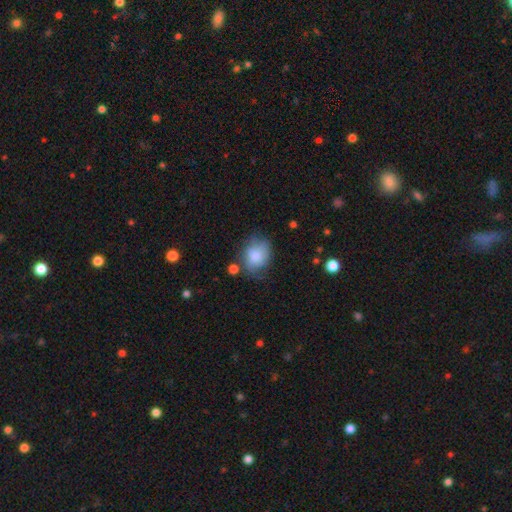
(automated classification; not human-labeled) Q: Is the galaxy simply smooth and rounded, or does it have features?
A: smooth — 78%.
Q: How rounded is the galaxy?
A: in between — 52%.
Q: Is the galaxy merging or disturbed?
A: none — 53%.